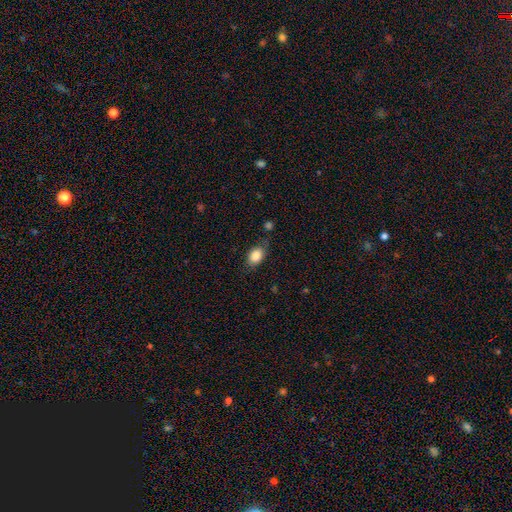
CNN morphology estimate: smooth 85%, star or artifact 8%, featured or disk 7%. Down the decision tree: how rounded — in between (80%); merging — none (72%).